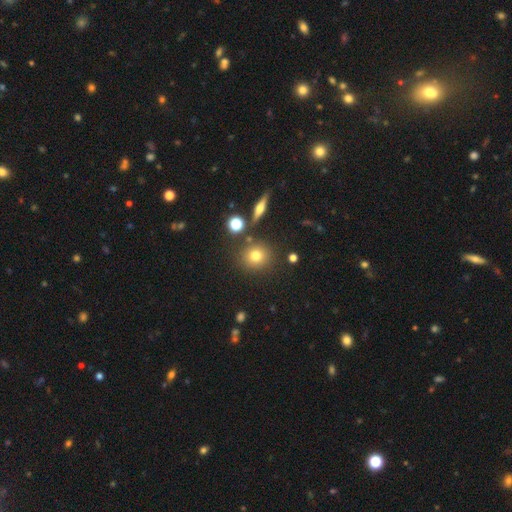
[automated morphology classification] smooth_or_featured: smooth (p=0.73) [alt: star or artifact p=0.14]
how_rounded: round (p=0.85) [alt: in between p=0.13]
merging: none (p=0.82) [alt: minor disturbance p=0.09]